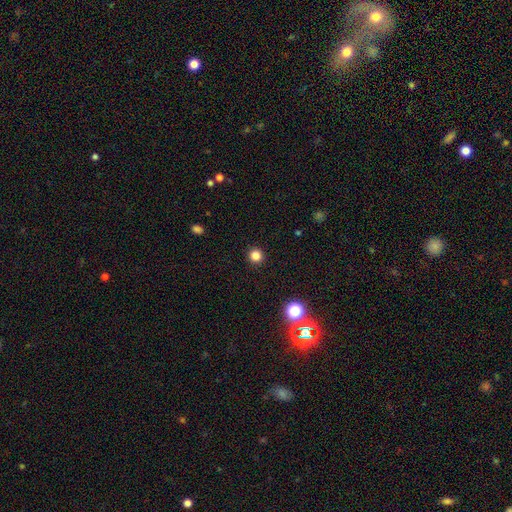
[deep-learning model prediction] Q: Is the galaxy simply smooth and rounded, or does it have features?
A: smooth — 82%.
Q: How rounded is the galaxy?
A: round — 95%.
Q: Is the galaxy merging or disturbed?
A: none — 93%.